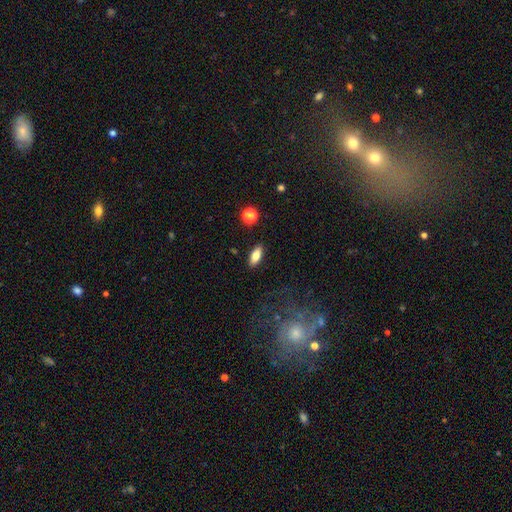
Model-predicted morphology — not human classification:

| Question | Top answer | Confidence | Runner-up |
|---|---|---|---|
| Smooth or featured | smooth | 79% | featured or disk (13%) |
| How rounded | in between | 77% | cigar-shaped (19%) |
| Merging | none | 88% | minor disturbance (8%) |